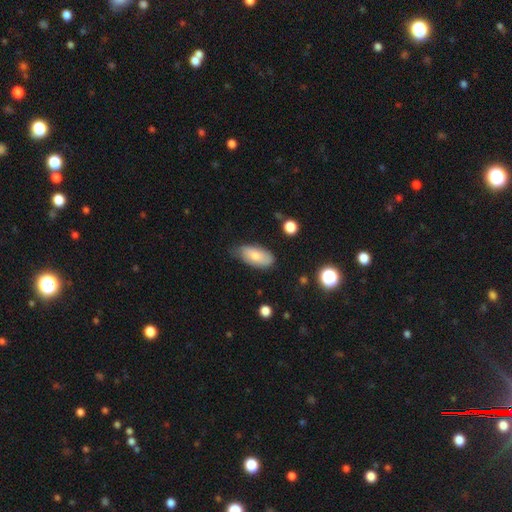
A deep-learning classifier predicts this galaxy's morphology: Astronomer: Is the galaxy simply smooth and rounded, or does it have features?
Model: smooth — 77%.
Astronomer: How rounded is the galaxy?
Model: in between — 91%.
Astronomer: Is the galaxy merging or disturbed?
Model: none — 63%.